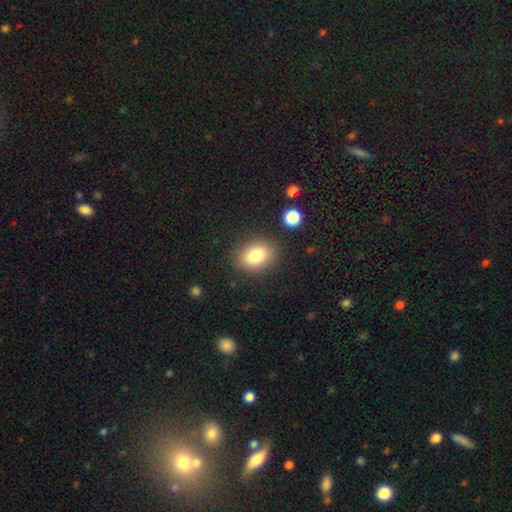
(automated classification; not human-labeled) A smooth galaxy with no disk features (82%) that is in between round and cigar-shaped (63%).

Vote fractions:
- Smooth or featured? smooth: 82% / star or artifact: 10% / featured or disk: 9%
- How rounded? in between: 63% / round: 36% / cigar-shaped: 1%
- Merging? none: 85% / minor disturbance: 9% / major disturbance: 3% / merger: 2%